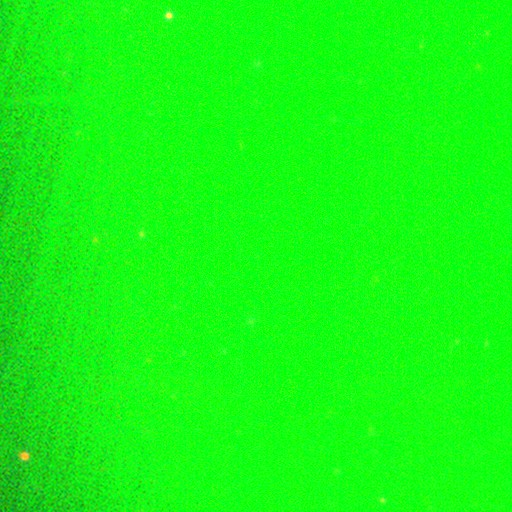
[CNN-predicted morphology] This is likely a star or artifact rather than a galaxy (79%).